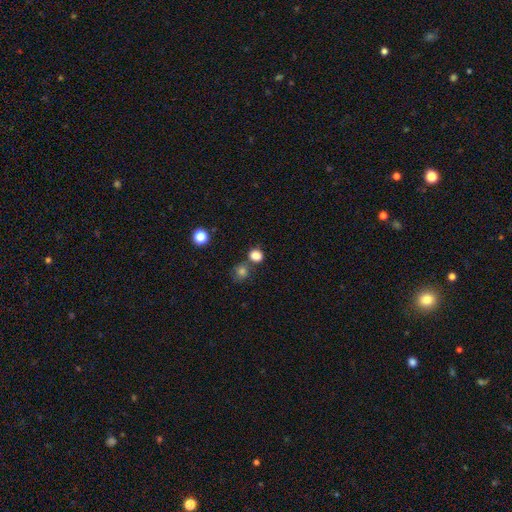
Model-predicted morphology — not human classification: Smooth or featured? smooth (83%)
How rounded? round (78%)
Merging? none (67%)